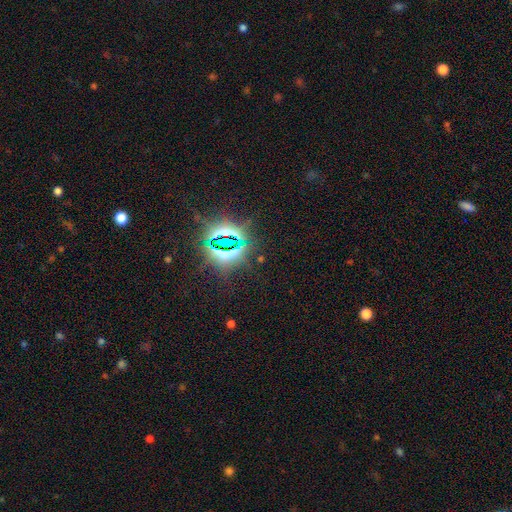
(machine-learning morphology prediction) This appears to be a star or artifact, not a galaxy (83%).